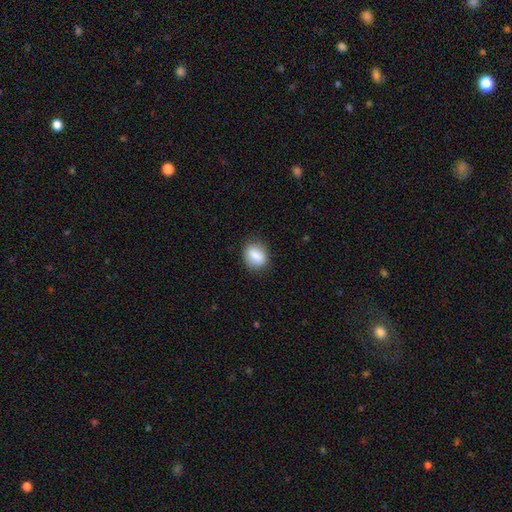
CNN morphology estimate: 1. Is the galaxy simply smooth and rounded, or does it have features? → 85% smooth, 8% star or artifact, 7% featured or disk.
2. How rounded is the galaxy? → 52% in between, 46% round, 2% cigar-shaped.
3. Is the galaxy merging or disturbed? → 84% none, 12% minor disturbance, 3% major disturbance, 1% merger.